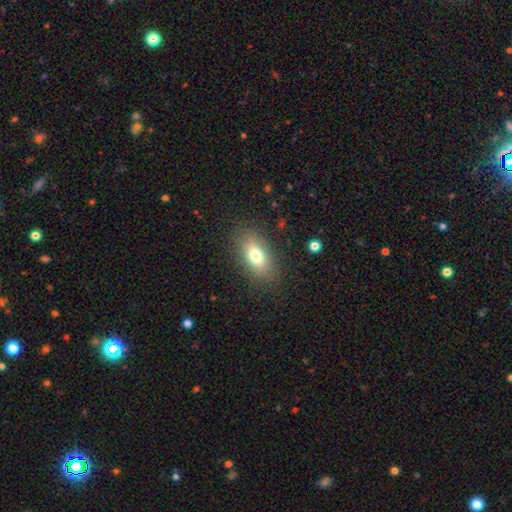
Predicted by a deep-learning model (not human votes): Smooth or featured?
  - smooth: 75% *
  - featured or disk: 16%
  - star or artifact: 10%
How rounded?
  - in between: 86% *
  - round: 8%
  - cigar-shaped: 6%
Merging?
  - none: 84% *
  - minor disturbance: 10%
  - major disturbance: 4%
  - merger: 1%